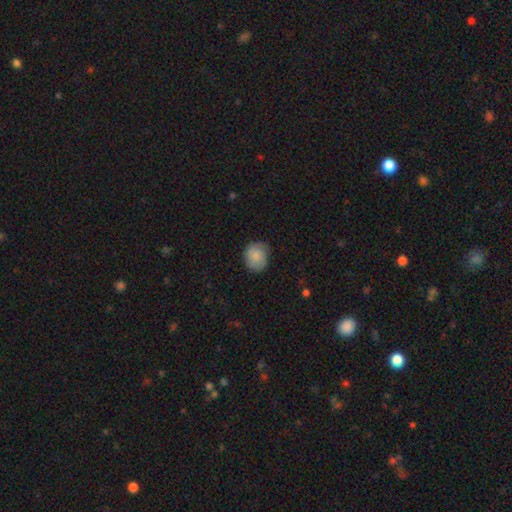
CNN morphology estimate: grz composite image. It shows a smooth galaxy with no disk features (79%) that is round (73%). Merging: none (75%).